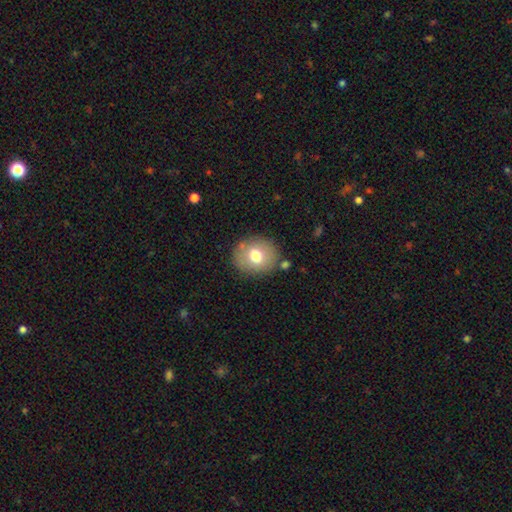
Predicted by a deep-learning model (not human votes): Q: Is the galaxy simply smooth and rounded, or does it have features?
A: smooth — 71%.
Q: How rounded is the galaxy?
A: round — 70%.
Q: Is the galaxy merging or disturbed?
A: none — 81%.